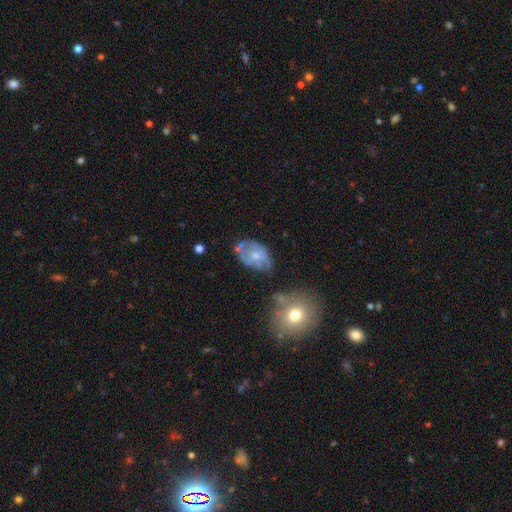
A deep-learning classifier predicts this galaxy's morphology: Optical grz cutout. It shows a featured or disk galaxy (67%) with no bar (69%), spiral arms (73%) and a small central bulge (50%). Merging: none (46%).